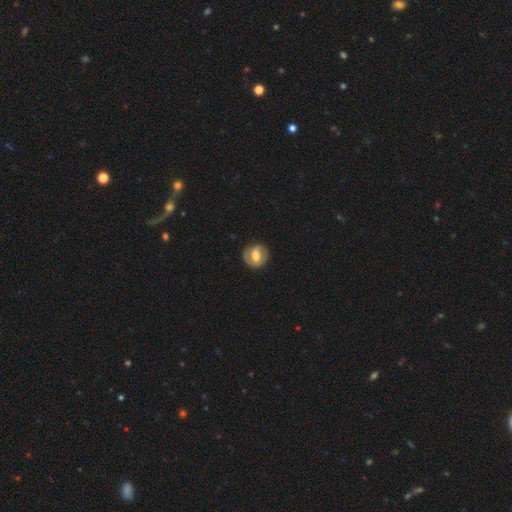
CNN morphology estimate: This is possibly a featured or disk galaxy (49%). Merging: likely none (80%).